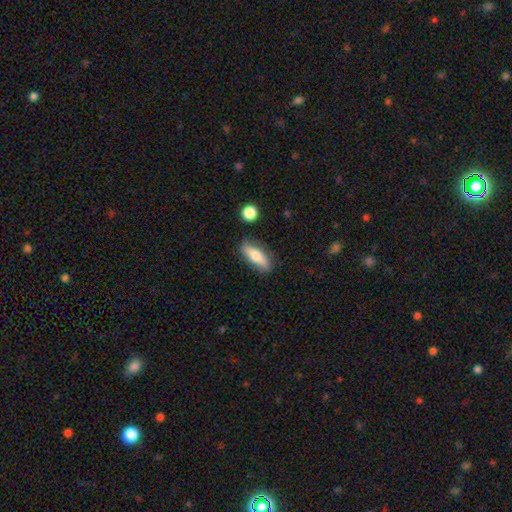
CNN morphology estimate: A smooth galaxy with no disk features (66%) that is in between round and cigar-shaped (55%).

Vote fractions:
- Smooth or featured? smooth: 66% / featured or disk: 28% / star or artifact: 7%
- How rounded? in between: 55% / cigar-shaped: 42% / round: 3%
- Merging? none: 83% / minor disturbance: 12% / merger: 3% / major disturbance: 3%